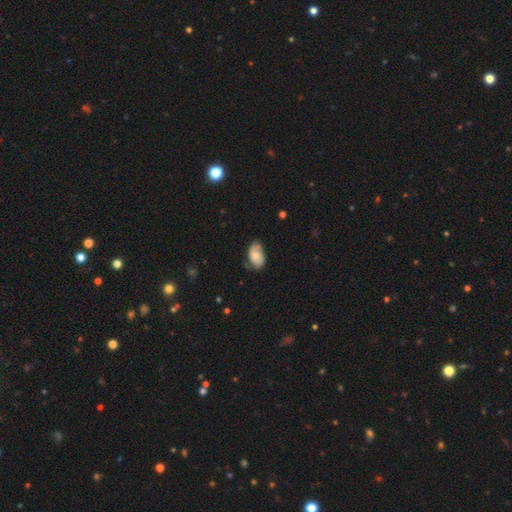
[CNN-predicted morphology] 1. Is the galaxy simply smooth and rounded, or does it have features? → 62% smooth, 31% featured or disk, 7% star or artifact.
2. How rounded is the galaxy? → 93% in between, 6% round, 2% cigar-shaped.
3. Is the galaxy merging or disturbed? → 61% none, 30% minor disturbance, 7% major disturbance, 2% merger.